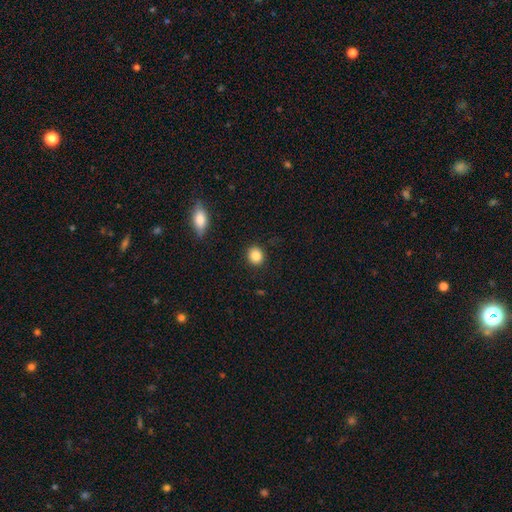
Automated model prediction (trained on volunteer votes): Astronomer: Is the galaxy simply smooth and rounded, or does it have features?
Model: smooth — 87%.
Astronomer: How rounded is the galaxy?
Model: round — 77%.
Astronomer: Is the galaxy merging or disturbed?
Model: none — 89%.